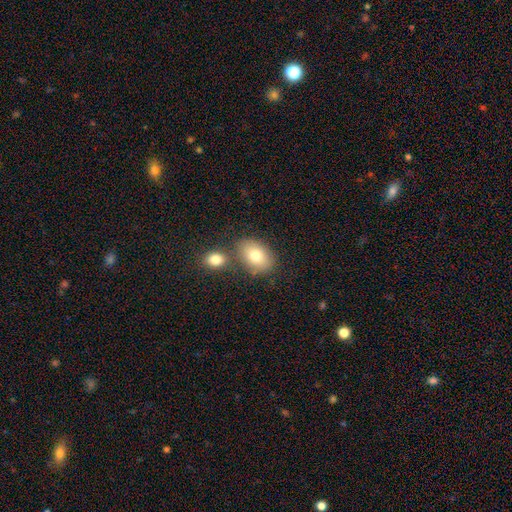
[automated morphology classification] This appears to be a smooth galaxy with no disk features (77%) that is in between round and cigar-shaped (79%). Merging: none (64%).